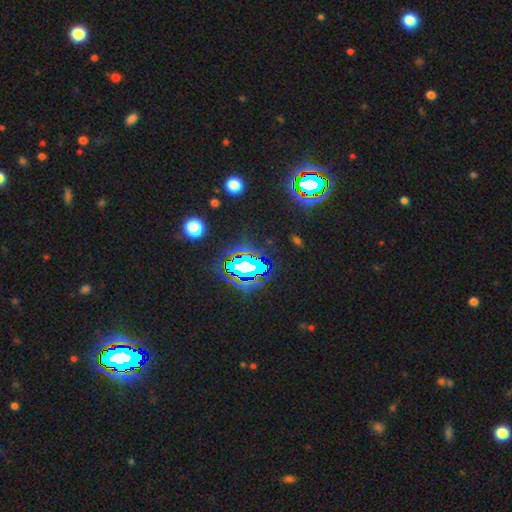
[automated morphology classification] A star or artifact, not a galaxy (82%).